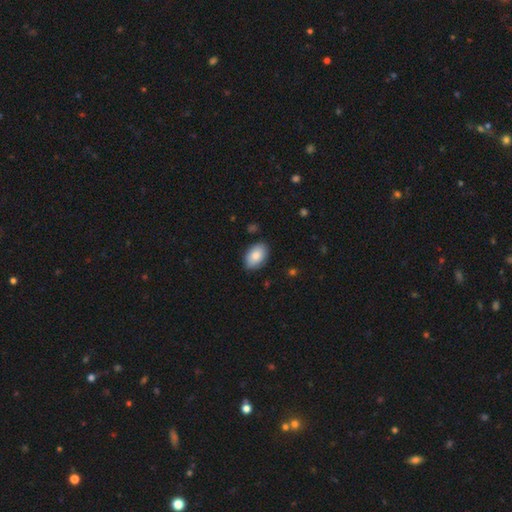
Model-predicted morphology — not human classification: type=smooth (85%); roundness=in between (91%); merging=none (84%).